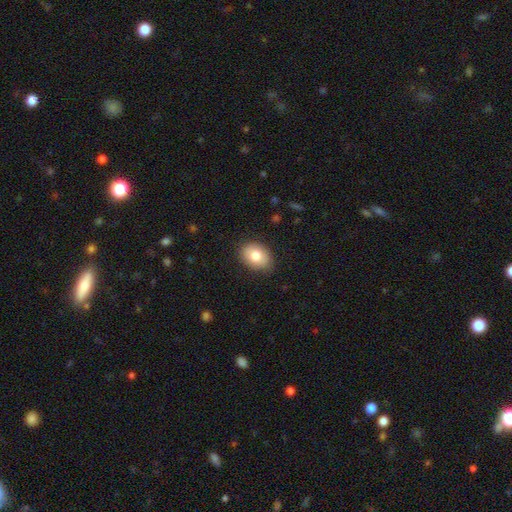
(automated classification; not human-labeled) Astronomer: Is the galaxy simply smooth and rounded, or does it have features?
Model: smooth — 80%.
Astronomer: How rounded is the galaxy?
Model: in between — 75%.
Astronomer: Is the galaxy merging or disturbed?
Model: none — 85%.